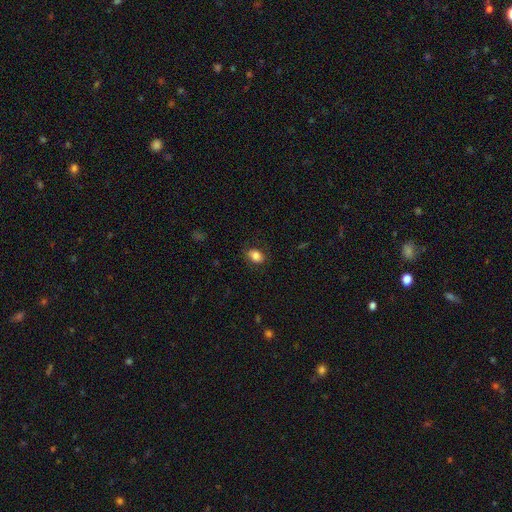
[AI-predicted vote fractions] A smooth galaxy with no disk features (83%) that is in between round and cigar-shaped (73%).

Vote fractions:
- Smooth or featured? smooth: 83% / star or artifact: 9% / featured or disk: 8%
- How rounded? in between: 73% / round: 26% / cigar-shaped: 1%
- Merging? none: 81% / minor disturbance: 14% / major disturbance: 4% / merger: 1%